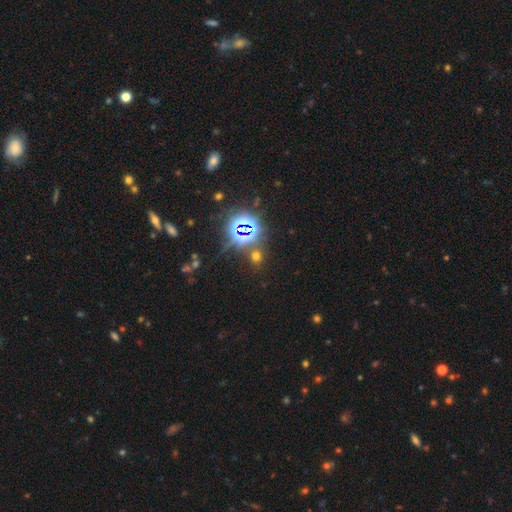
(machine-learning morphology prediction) Smooth or featured: star or artifact — 51% (smooth — 42%)